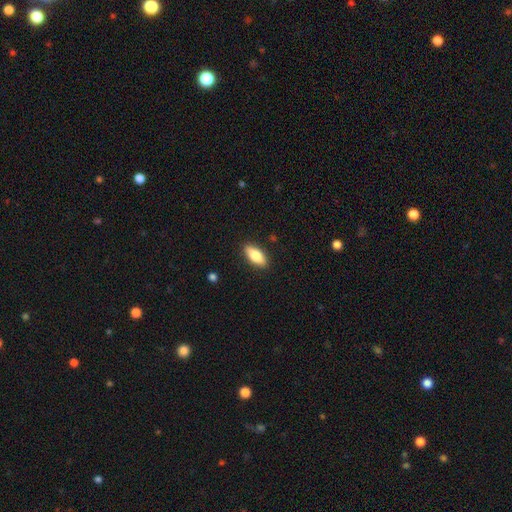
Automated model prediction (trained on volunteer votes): Overall: smooth (77%). How rounded: in between (82%). Merging: none (88%).